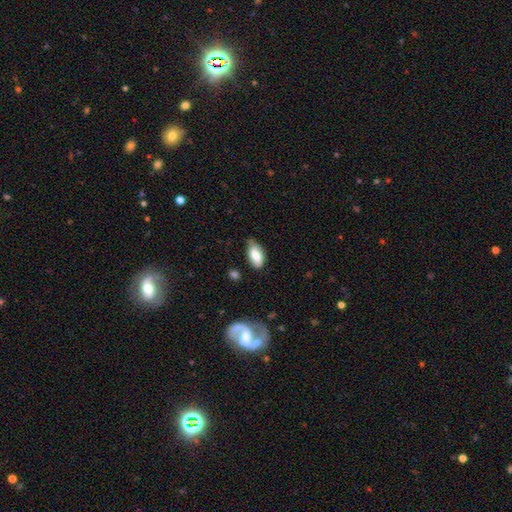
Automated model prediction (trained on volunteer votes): Smooth or featured? smooth (75%)
How rounded? in between (91%)
Merging? none (56%)